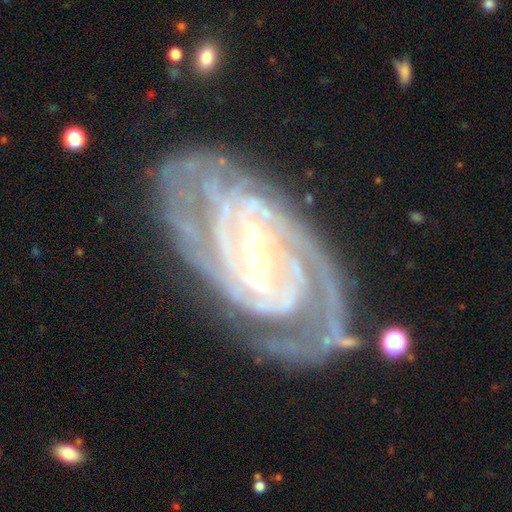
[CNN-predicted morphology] A featured or disk galaxy (92%) with a strong bar (53%), 2 (36%) tight (69%) spiral arms (98%) and a small central bulge (81%).

Vote fractions:
- Smooth or featured? featured or disk: 92% / star or artifact: 5% / smooth: 4%
- Edge-on disk? no: 96% / yes: 4%
- Bar? strong: 53% / weak: 34% / no: 13%
- Spiral arms? yes: 98% / no: 2%
- Spiral winding? tight: 69% / medium: 27% / loose: 4%
- Spiral arm count? 2: 36% / 3: 20% / can't tell: 17% / 4: 14% / more than 4: 7% / 1: 6%
- Bulge size? small: 81% / moderate: 13% / none: 3% / large: 1% / dominant: 1%
- Merging? none: 73% / minor disturbance: 17% / major disturbance: 8% / merger: 2%